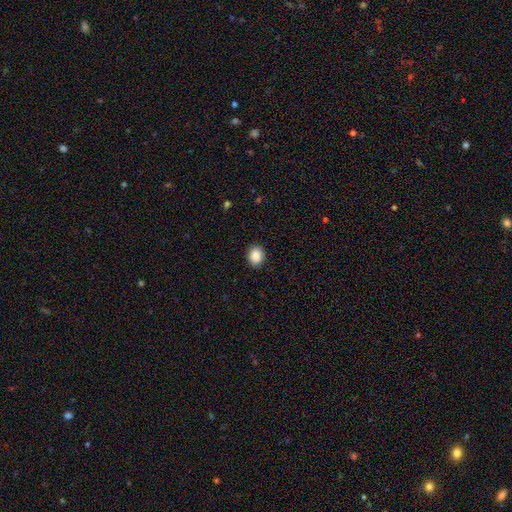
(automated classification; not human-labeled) smooth 89%, star or artifact 8%, featured or disk 3%. Down the decision tree: how rounded — round (52%); merging — none (90%).